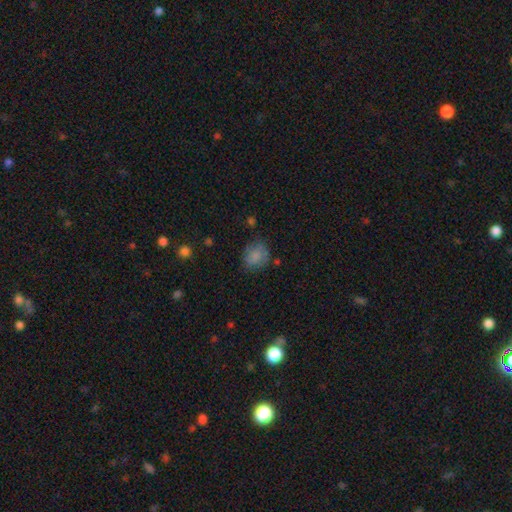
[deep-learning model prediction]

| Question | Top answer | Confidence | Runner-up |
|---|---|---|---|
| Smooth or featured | smooth | 80% | featured or disk (11%) |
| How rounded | round | 63% | in between (36%) |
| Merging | none | 67% | minor disturbance (23%) |